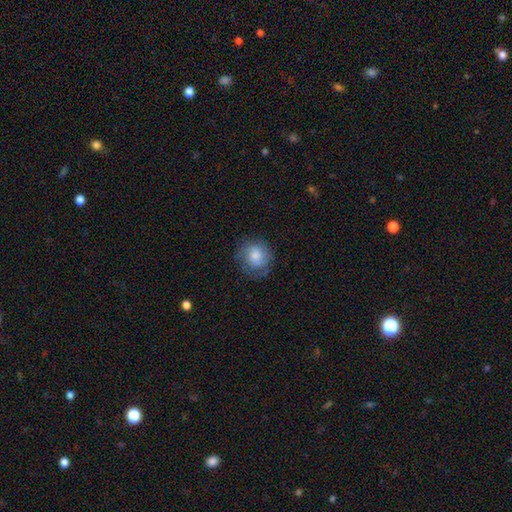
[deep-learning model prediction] smooth_or_featured: smooth (p=0.71) [alt: featured or disk p=0.21]
how_rounded: round (p=0.82) [alt: in between p=0.17]
merging: none (p=0.68) [alt: minor disturbance p=0.21]